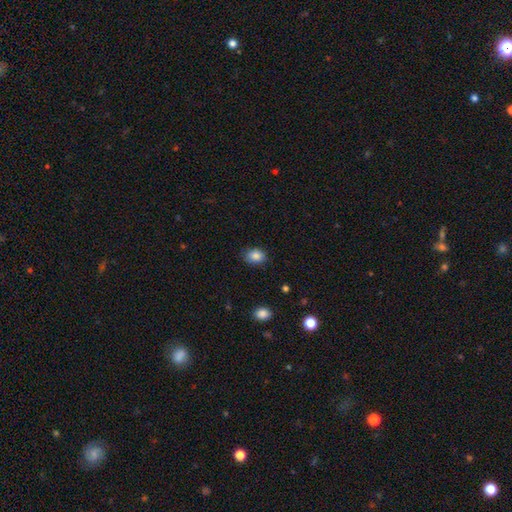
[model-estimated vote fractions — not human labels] Q: Smooth or featured?
A: smooth (86%); runner-up: star or artifact (9%)
Q: How rounded?
A: in between (67%); runner-up: round (32%)
Q: Merging?
A: none (82%); runner-up: minor disturbance (14%)